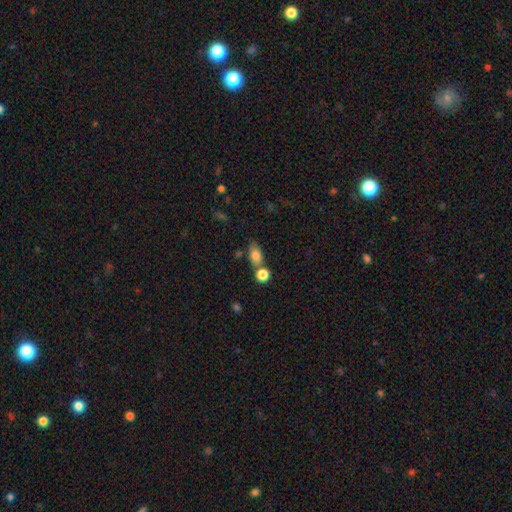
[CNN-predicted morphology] Q: Smooth or featured?
A: smooth (79%); runner-up: featured or disk (11%)
Q: How rounded?
A: in between (78%); runner-up: round (17%)
Q: Merging?
A: none (59%); runner-up: merger (23%)